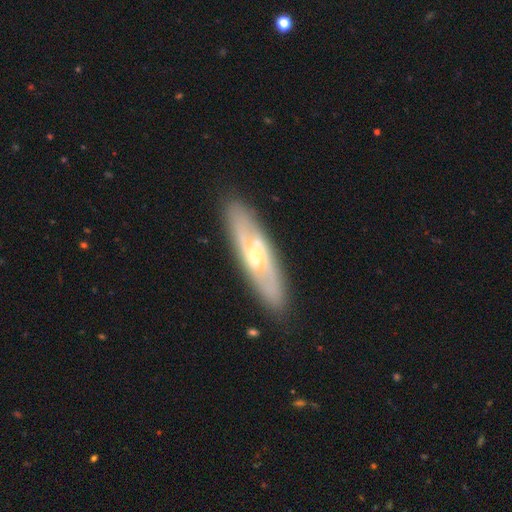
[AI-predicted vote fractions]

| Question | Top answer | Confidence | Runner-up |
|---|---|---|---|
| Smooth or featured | featured or disk | 69% | smooth (24%) |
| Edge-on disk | no | 68% | yes (32%) |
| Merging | none | 84% | minor disturbance (11%) |